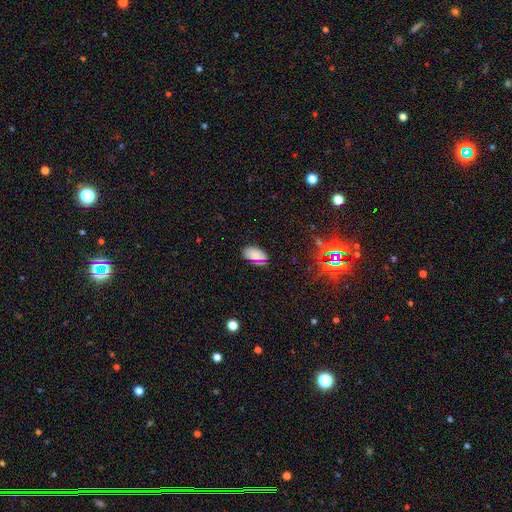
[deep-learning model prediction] Q: Smooth or featured?
A: smooth (74%); runner-up: star or artifact (18%)
Q: How rounded?
A: in between (94%); runner-up: round (4%)
Q: Merging?
A: none (80%); runner-up: minor disturbance (14%)